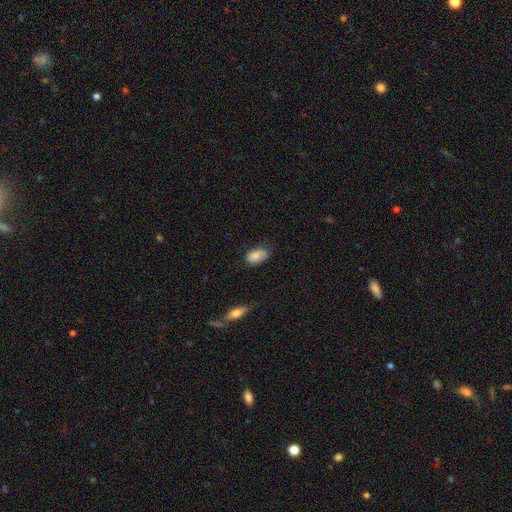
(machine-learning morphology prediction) This is clearly a smooth galaxy (81%). How rounded: clearly in between (91%). Merging: likely none (62%).